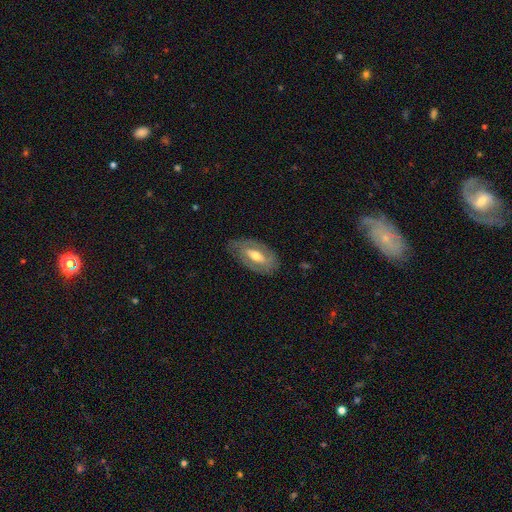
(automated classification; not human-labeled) featured or disk 61%, smooth 33%, star or artifact 6%. Down the decision tree: edge-on disk — no (88%); bar — weak (36%); spiral arms — no (51%); bulge size — moderate (65%); merging — none (76%).